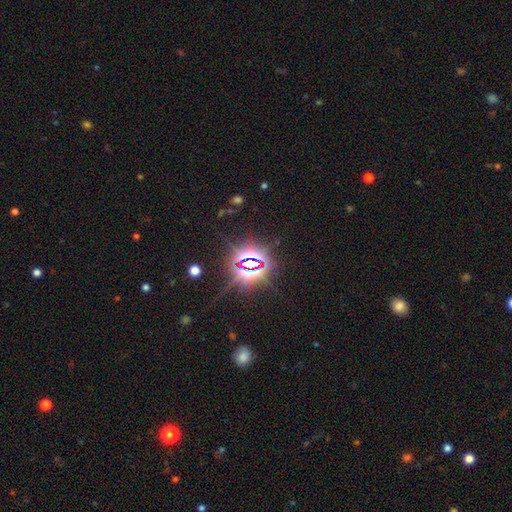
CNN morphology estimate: Smooth or featured: star or artifact — 84% (smooth — 9%)